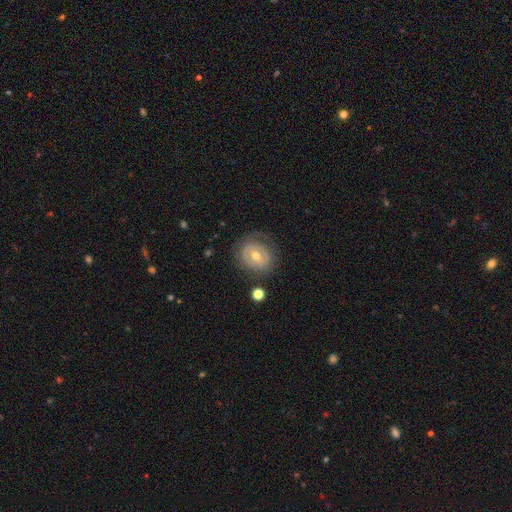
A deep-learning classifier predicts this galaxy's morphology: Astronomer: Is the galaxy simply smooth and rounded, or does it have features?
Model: featured or disk — 57% (runner-up: smooth, 36%).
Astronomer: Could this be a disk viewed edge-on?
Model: no — 95%.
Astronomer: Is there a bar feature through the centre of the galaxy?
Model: no — 45% (runner-up: weak, 36%).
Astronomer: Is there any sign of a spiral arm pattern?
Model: no — 72%.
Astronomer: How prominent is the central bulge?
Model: moderate — 73%.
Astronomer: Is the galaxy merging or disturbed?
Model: none — 74%.